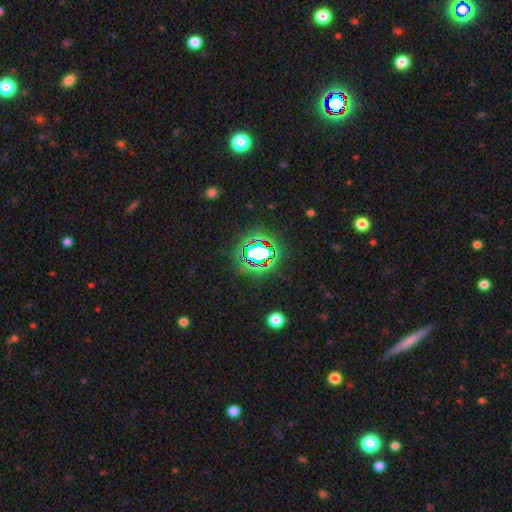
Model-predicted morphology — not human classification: Overall: star or artifact (70%).